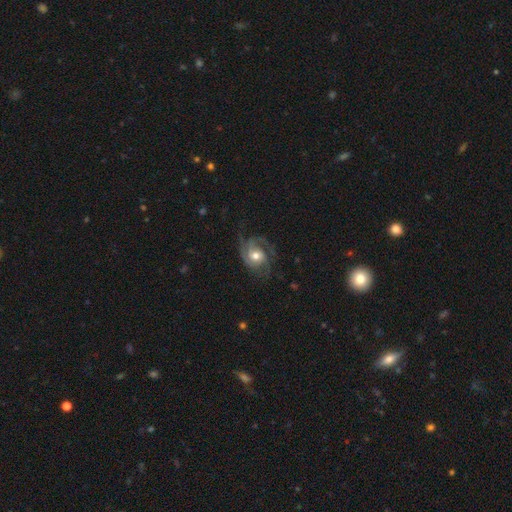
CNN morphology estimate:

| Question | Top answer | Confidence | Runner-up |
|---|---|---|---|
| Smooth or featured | featured or disk | 81% | smooth (13%) |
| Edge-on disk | no | 98% | yes (2%) |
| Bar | no | 70% | weak (25%) |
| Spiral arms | yes | 95% | no (5%) |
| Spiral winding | medium | 46% | tight (36%) |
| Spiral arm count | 3 | 35% | 2 (33%) |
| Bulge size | moderate | 73% | small (14%) |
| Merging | none | 61% | minor disturbance (20%) |